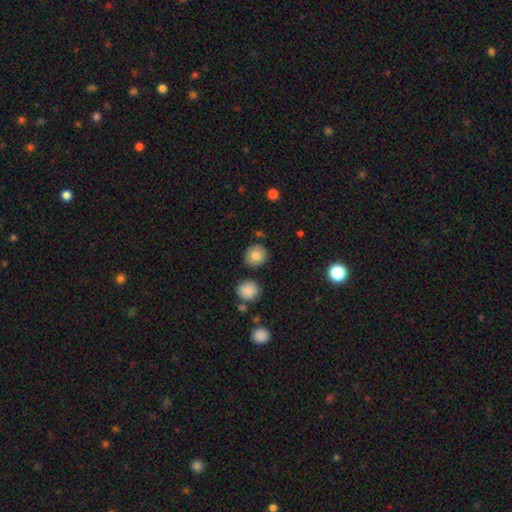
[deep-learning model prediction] smooth_or_featured: smooth (p=0.80) [alt: featured or disk p=0.11]
how_rounded: round (p=0.87) [alt: in between p=0.12]
merging: none (p=0.84) [alt: minor disturbance p=0.09]